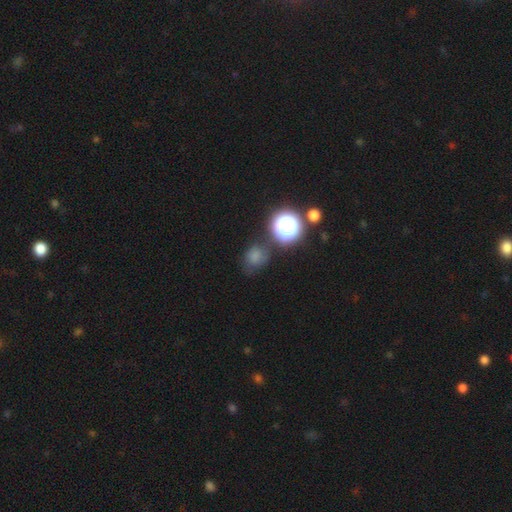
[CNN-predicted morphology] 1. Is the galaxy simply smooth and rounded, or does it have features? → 70% smooth, 20% star or artifact, 11% featured or disk.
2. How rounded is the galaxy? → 74% round, 25% in between, 1% cigar-shaped.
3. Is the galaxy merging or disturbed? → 61% none, 19% minor disturbance, 11% merger, 9% major disturbance.